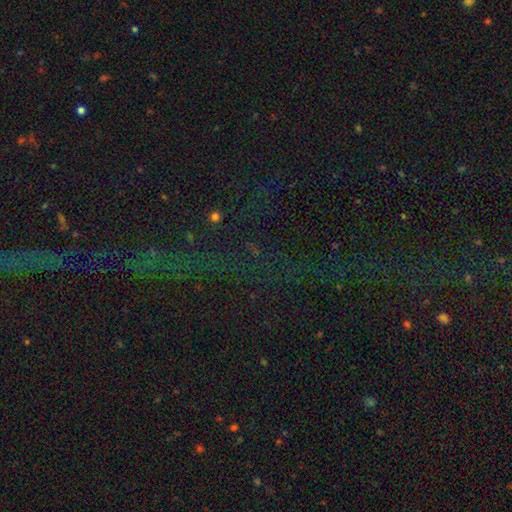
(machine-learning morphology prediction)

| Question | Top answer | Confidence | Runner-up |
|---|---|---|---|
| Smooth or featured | star or artifact | 77% | smooth (12%) |